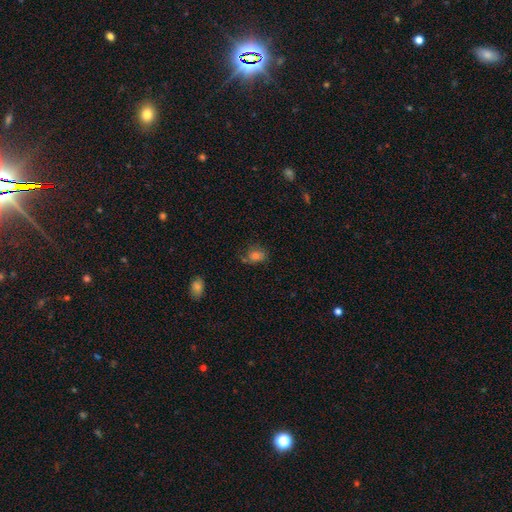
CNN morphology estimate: smooth 71%, star or artifact 17%, featured or disk 13%. Down the decision tree: how rounded — in between (55%); merging — none (63%).